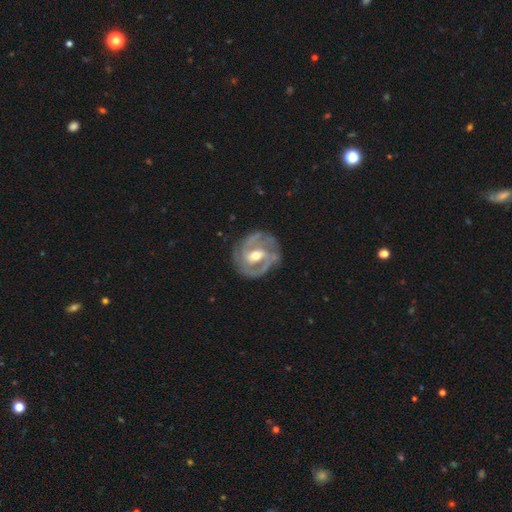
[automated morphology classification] Smooth or featured? Predicted: featured or disk (p=0.88). Edge-on disk? Predicted: no (p=0.97). Bar? Predicted: weak (p=0.46). Spiral arms? Predicted: yes (p=0.95). Spiral winding? Predicted: tight (p=0.50). Spiral arm count? Predicted: 2 (p=0.53). Bulge size? Predicted: moderate (p=0.72). Merging? Predicted: none (p=0.77).